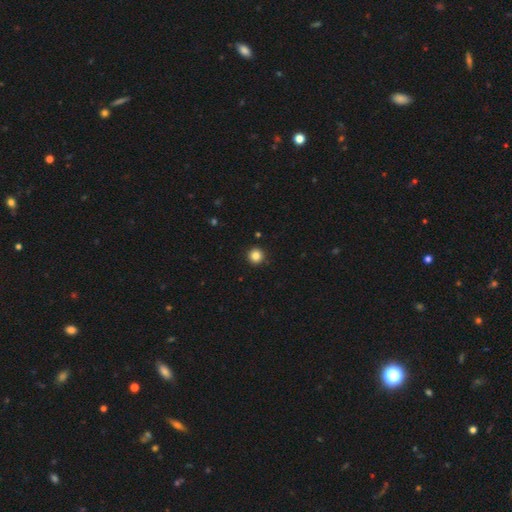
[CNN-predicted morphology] A smooth galaxy with no disk features (85%) that is round (96%). Merging: none (93%).